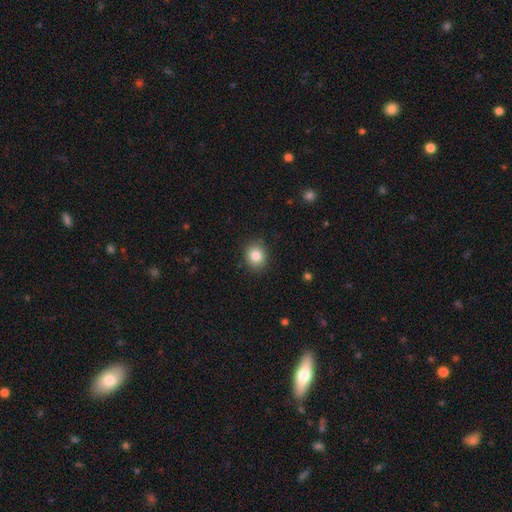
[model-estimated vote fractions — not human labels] Q: Smooth or featured?
A: smooth (84%); runner-up: star or artifact (10%)
Q: How rounded?
A: round (70%); runner-up: in between (29%)
Q: Merging?
A: none (88%); runner-up: minor disturbance (9%)